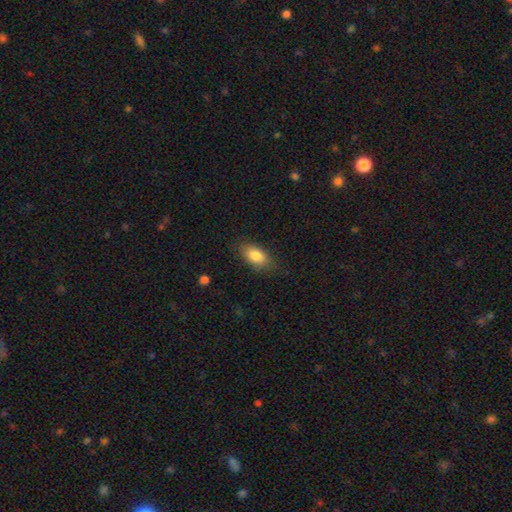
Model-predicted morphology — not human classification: smooth-or-featured: smooth: 84% | featured or disk: 9% | star or artifact: 7%
  how-rounded: in between: 89% | cigar-shaped: 6% | round: 5%
  merging: none: 82% | minor disturbance: 14% | major disturbance: 4% | merger: 1%